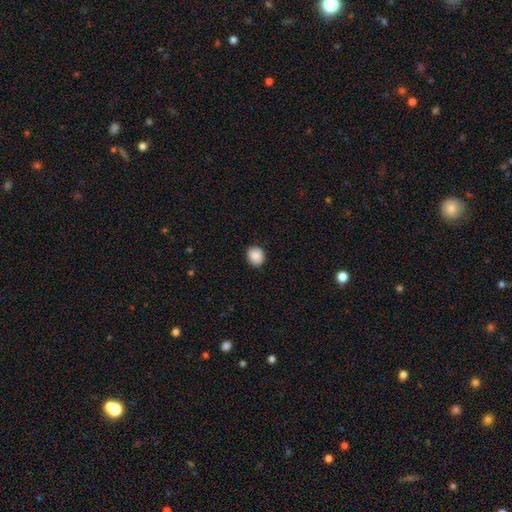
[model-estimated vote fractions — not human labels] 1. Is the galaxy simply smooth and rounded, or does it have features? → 89% smooth, 8% star or artifact, 3% featured or disk.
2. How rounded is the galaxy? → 67% round, 33% in between, 1% cigar-shaped.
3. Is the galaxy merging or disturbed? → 88% none, 9% minor disturbance, 2% major disturbance, 1% merger.